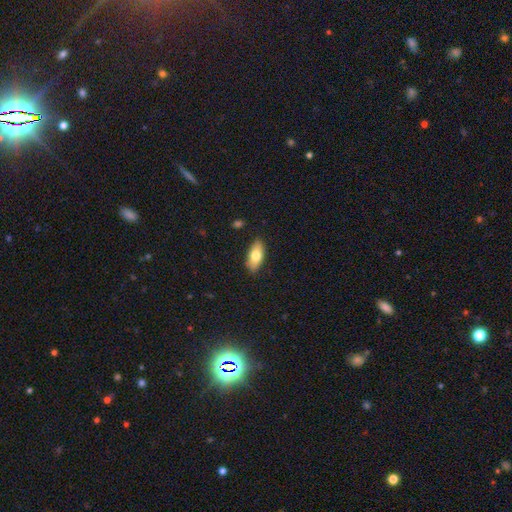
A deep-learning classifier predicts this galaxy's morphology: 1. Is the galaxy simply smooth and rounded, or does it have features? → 73% smooth, 20% featured or disk, 6% star or artifact.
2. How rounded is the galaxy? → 85% in between, 12% cigar-shaped, 3% round.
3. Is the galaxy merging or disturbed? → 86% none, 11% minor disturbance, 2% major disturbance, 1% merger.